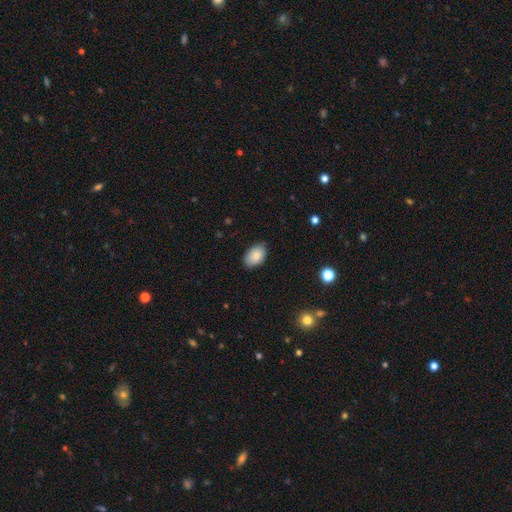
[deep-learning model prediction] Q: Smooth or featured?
A: smooth (86%); runner-up: featured or disk (7%)
Q: How rounded?
A: in between (90%); runner-up: round (9%)
Q: Merging?
A: none (81%); runner-up: minor disturbance (16%)